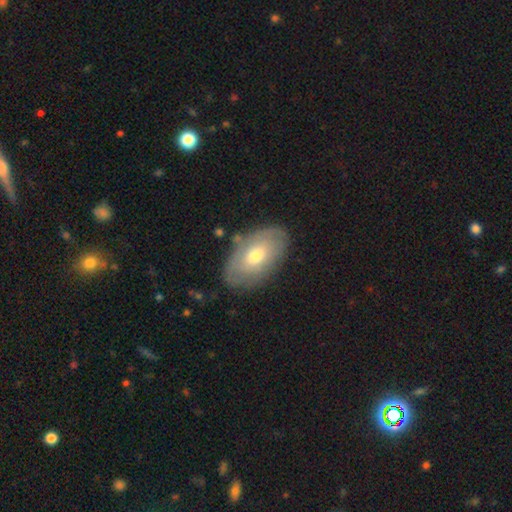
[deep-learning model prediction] smooth_or_featured: smooth (p=0.55) [alt: featured or disk p=0.38]
how_rounded: in between (p=0.93) [alt: round p=0.05]
merging: none (p=0.76) [alt: minor disturbance p=0.17]